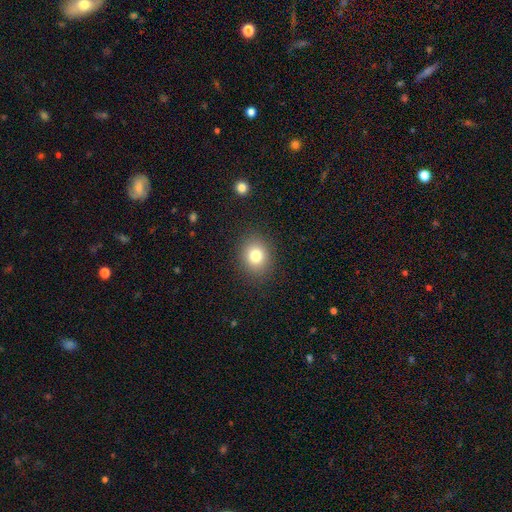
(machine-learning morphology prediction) A smooth galaxy with no disk features (79%) that is round (66%). Merging: none (88%).